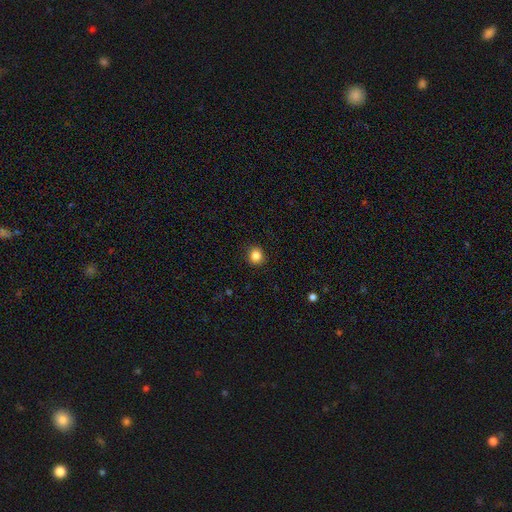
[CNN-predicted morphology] The model was most divided on "how rounded": round: 85%, in between: 14%, cigar-shaped: 1%. More confident: merging — none (90%); smooth or featured — smooth (85%).